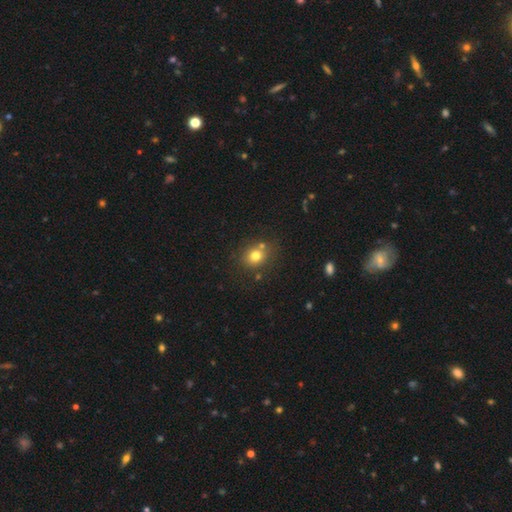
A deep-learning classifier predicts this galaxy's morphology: smooth_or_featured: smooth (p=0.76) [alt: star or artifact p=0.14]
how_rounded: round (p=0.71) [alt: in between p=0.29]
merging: none (p=0.71) [alt: merger p=0.14]